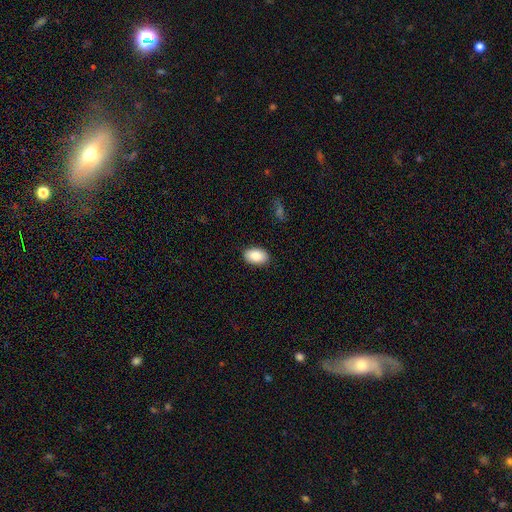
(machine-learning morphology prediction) This is clearly a smooth galaxy (88%). How rounded: clearly in between (91%). Merging: clearly none (88%).